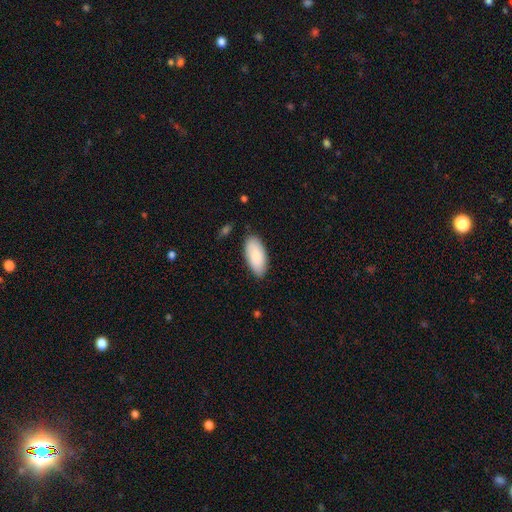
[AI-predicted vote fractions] The model was most divided on "merging": none: 82%, minor disturbance: 14%, major disturbance: 2%, merger: 1%. More confident: how rounded — in between (92%); smooth or featured — smooth (83%).